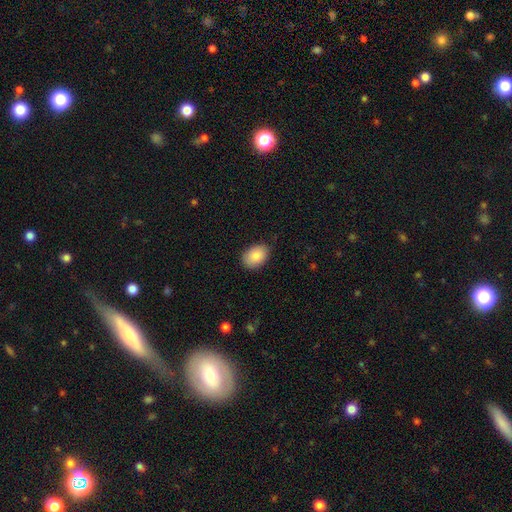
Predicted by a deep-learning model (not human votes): The model was most divided on "how rounded": in between: 84%, round: 15%, cigar-shaped: 1%. More confident: smooth or featured — smooth (87%); merging — none (84%).